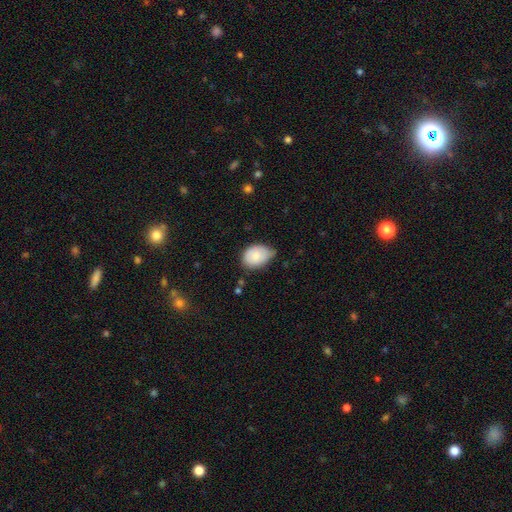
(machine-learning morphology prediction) This is clearly a smooth galaxy (83%). How rounded: likely in between (73%). Merging: possibly minor disturbance (46%).